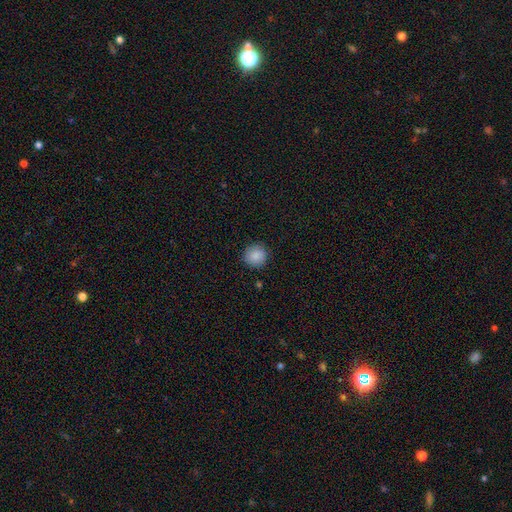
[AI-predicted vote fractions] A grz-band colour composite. It shows a smooth galaxy with no disk features (88%) that is round (91%). Merging: none (89%).